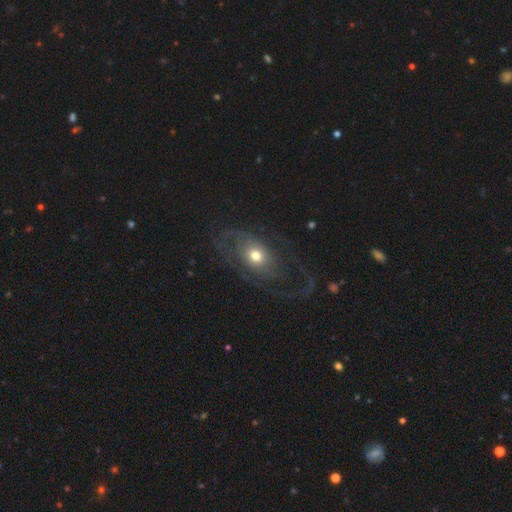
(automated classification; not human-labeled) A featured or disk galaxy (67%) with no bar (81%), spiral arms (77%) and a moderate central bulge (67%).

Vote fractions:
- Smooth or featured? featured or disk: 67% / smooth: 25% / star or artifact: 8%
- Edge-on disk? no: 94% / yes: 6%
- Bar? no: 81% / weak: 15% / strong: 4%
- Spiral arms? yes: 77% / no: 23%
- Bulge size? moderate: 67% / small: 19% / large: 11% / dominant: 2% / none: 1%
- Merging? none: 55% / major disturbance: 27% / minor disturbance: 16% / merger: 2%